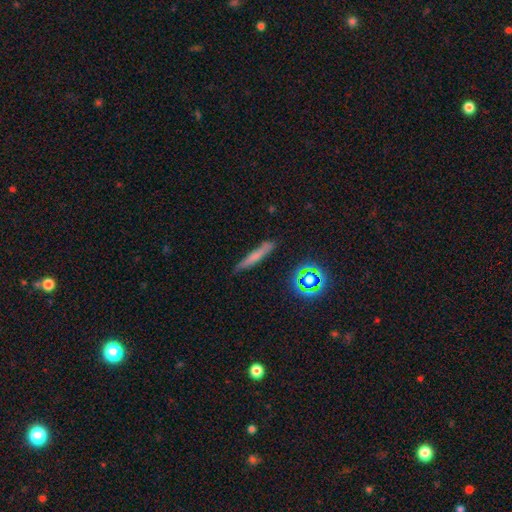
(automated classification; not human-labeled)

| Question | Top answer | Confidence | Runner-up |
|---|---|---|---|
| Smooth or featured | smooth | 62% | featured or disk (25%) |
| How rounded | cigar-shaped | 90% | in between (6%) |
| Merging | none | 81% | minor disturbance (13%) |